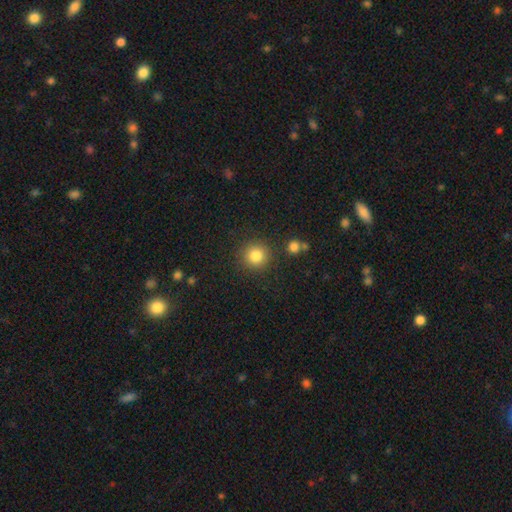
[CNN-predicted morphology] smooth_or_featured: smooth (p=0.84) [alt: star or artifact p=0.11]
how_rounded: round (p=0.92) [alt: in between p=0.07]
merging: none (p=0.86) [alt: minor disturbance p=0.08]